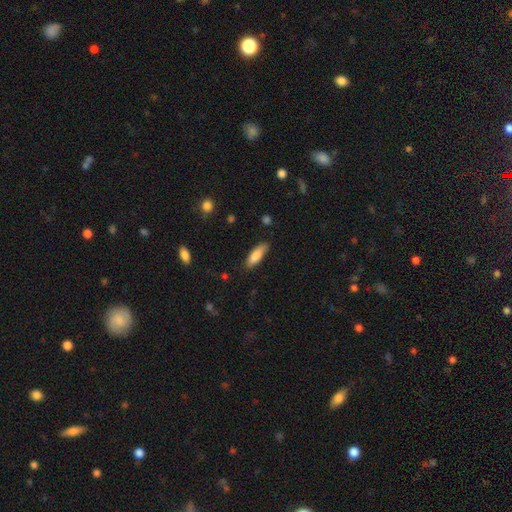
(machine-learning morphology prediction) A smooth galaxy with no disk features (86%) that is in between round and cigar-shaped (54%). Merging: none (79%).